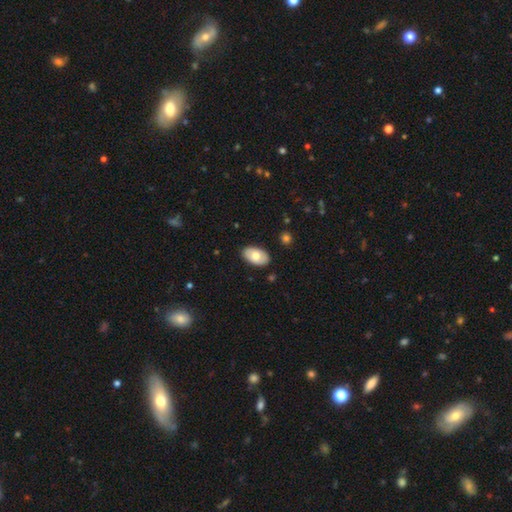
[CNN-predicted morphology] Smooth or featured? smooth (68%)
How rounded? in between (94%)
Merging? none (87%)